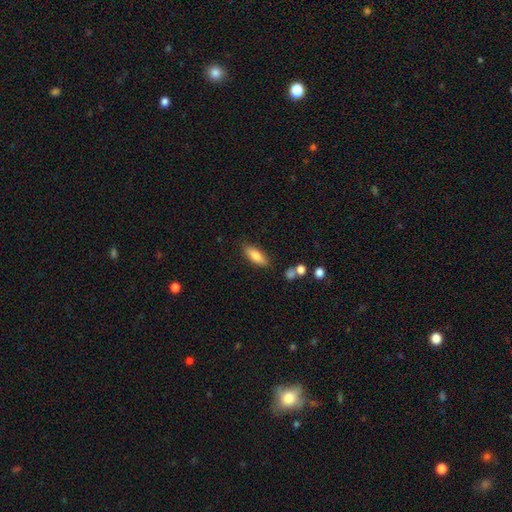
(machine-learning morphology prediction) smooth 80%, featured or disk 14%, star or artifact 7%. Down the decision tree: how rounded — in between (66%); merging — none (81%).